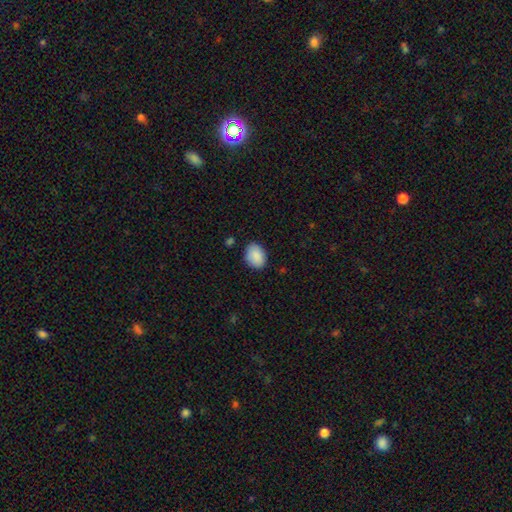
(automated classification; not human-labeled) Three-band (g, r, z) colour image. It shows a smooth galaxy with no disk features (89%) that is in between round and cigar-shaped (65%). Merging: none (80%).